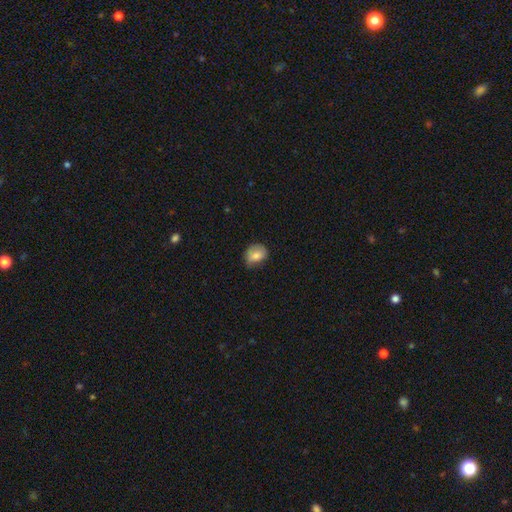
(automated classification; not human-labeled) The model was most divided on "how rounded": round: 52%, in between: 47%, cigar-shaped: 1%. More confident: smooth or featured — smooth (78%); merging — none (62%).